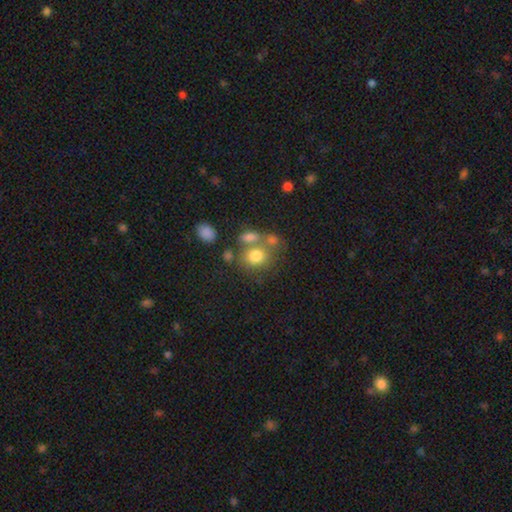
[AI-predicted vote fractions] Morphology: type=smooth (74%); roundness=round (66%); merging=none (51%).